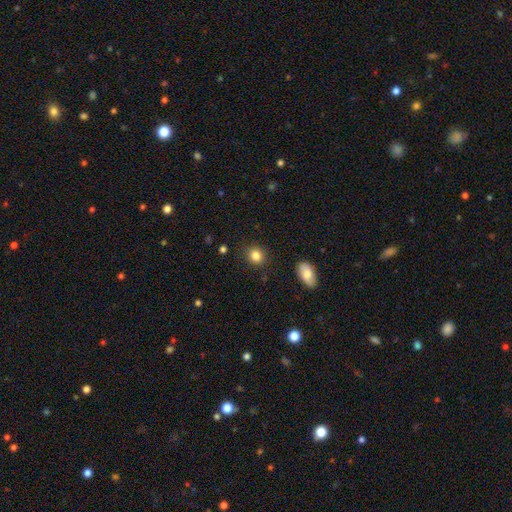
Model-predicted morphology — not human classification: smooth_or_featured: smooth (p=0.85) [alt: star or artifact p=0.10]
how_rounded: round (p=0.76) [alt: in between p=0.23]
merging: none (p=0.88) [alt: minor disturbance p=0.08]